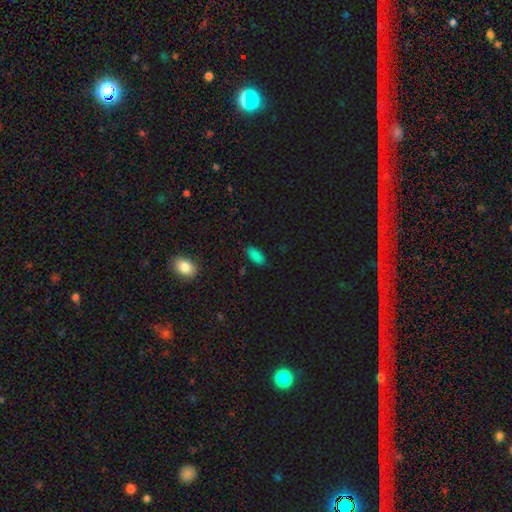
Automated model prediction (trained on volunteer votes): A smooth galaxy with no disk features (84%) that is in between round and cigar-shaped (88%). Merging: none (85%).